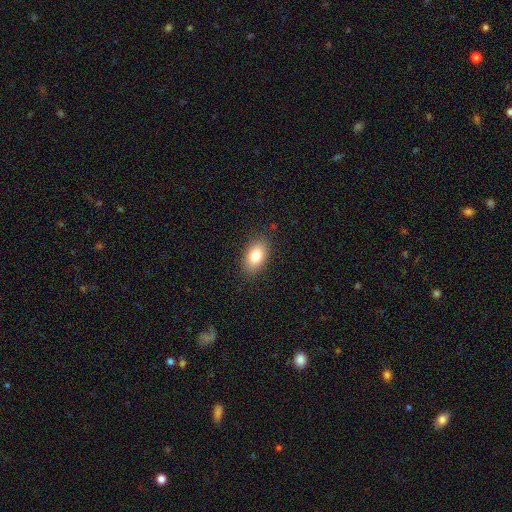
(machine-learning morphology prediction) This appears to be a smooth galaxy with no disk features (81%) that is in between round and cigar-shaped (91%). Merging: none (87%).